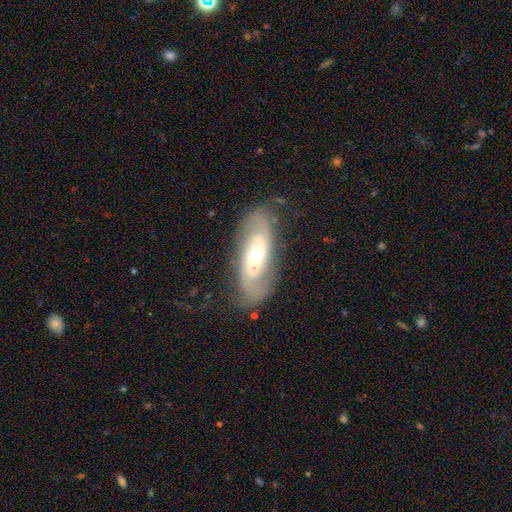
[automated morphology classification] The model was most divided on "bulge size": moderate: 55%, small: 39%, large: 4%, dominant: 1%, none: 1%. More confident: edge-on disk — no (89%); spiral arms — yes (77%); merging — none (72%); smooth or featured — featured or disk (72%); bar — no (63%).